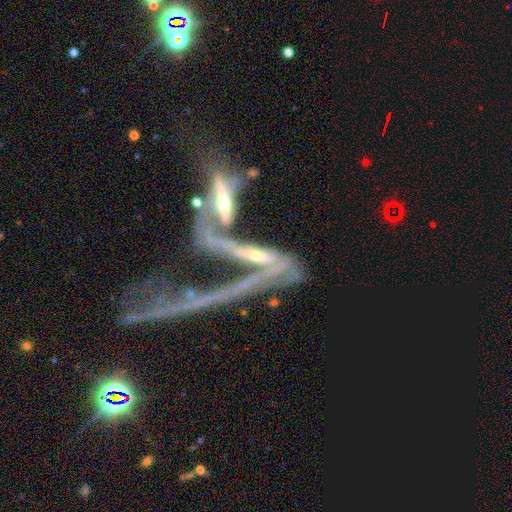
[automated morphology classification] smooth_or_featured: featured or disk (p=0.64) [alt: smooth p=0.23]
disk_edge_on: yes (p=0.55) [alt: no p=0.45]
merging: merger (p=0.55) [alt: none p=0.17]